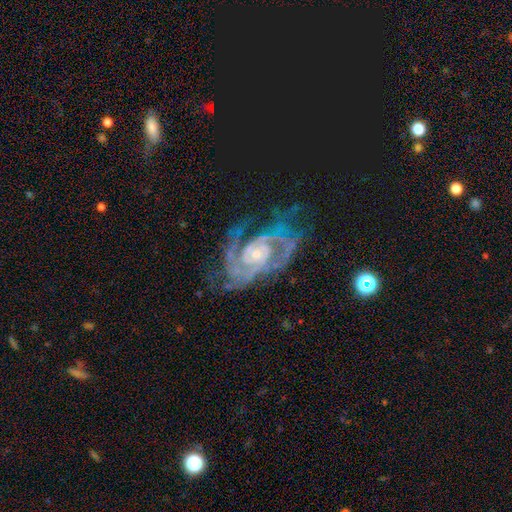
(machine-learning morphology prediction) featured or disk 87%, star or artifact 8%, smooth 5%. Down the decision tree: edge-on disk — no (96%); bar — no (63%); spiral arms — yes (97%); spiral arm count — 2 (34%); spiral winding — tight (61%); bulge size — small (66%); merging — none (65%).